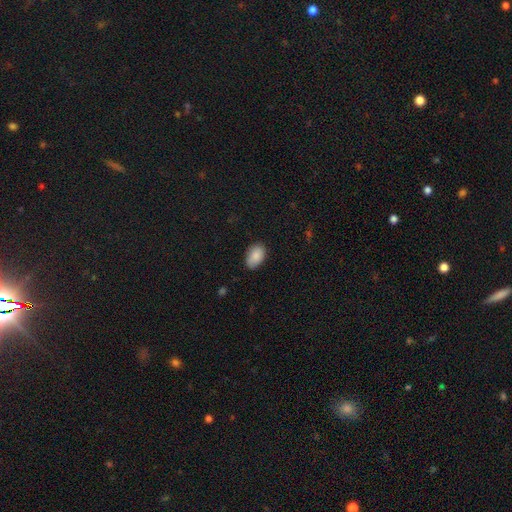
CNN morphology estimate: A smooth galaxy with no disk features (88%) that is in between round and cigar-shaped (91%).

Vote fractions:
- Smooth or featured? smooth: 88% / star or artifact: 7% / featured or disk: 5%
- How rounded? in between: 91% / round: 8% / cigar-shaped: 1%
- Merging? none: 81% / minor disturbance: 15% / major disturbance: 3% / merger: 1%